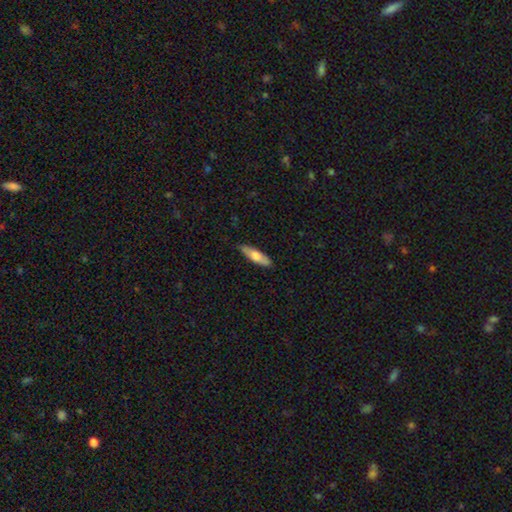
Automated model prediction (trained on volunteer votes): This is likely a smooth galaxy (68%). How rounded: possibly cigar-shaped (55%). Merging: clearly none (83%).